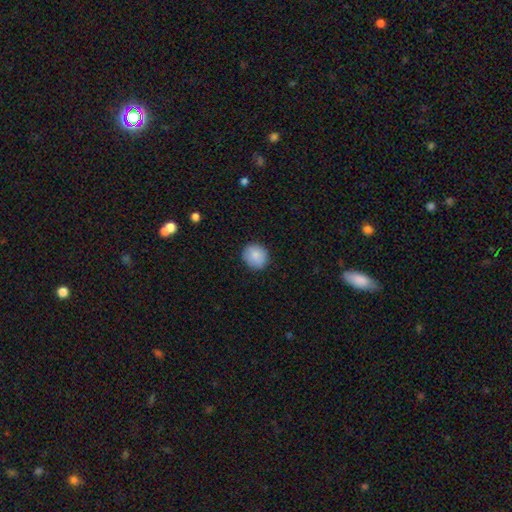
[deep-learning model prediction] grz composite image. It shows a smooth galaxy with no disk features (87%) that is round (85%). Merging: none (88%).